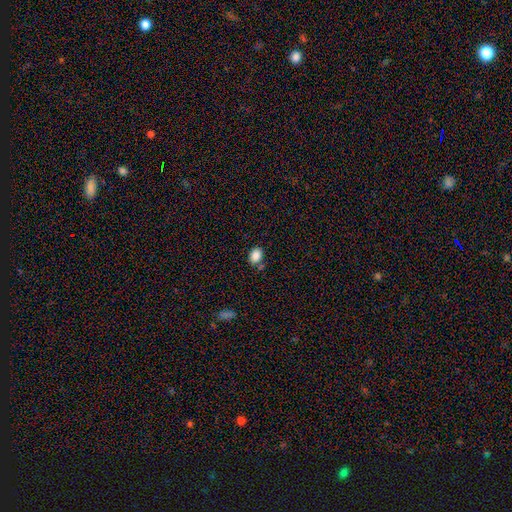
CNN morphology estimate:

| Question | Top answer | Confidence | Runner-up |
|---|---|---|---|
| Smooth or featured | smooth | 86% | star or artifact (9%) |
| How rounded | in between | 68% | round (31%) |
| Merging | none | 71% | minor disturbance (15%) |